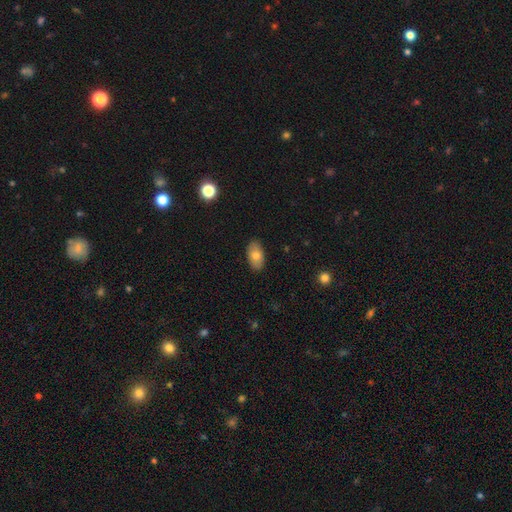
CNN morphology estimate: This is likely a smooth galaxy (79%). How rounded: clearly in between (93%). Merging: clearly none (87%).